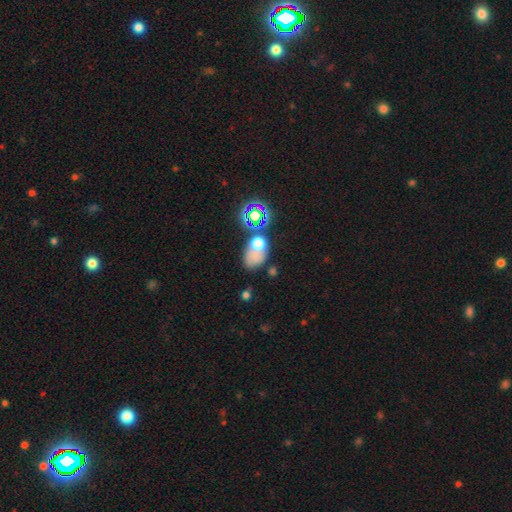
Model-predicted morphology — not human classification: Smooth or featured? smooth (56%)
How rounded? in between (77%)
Merging? none (37%)